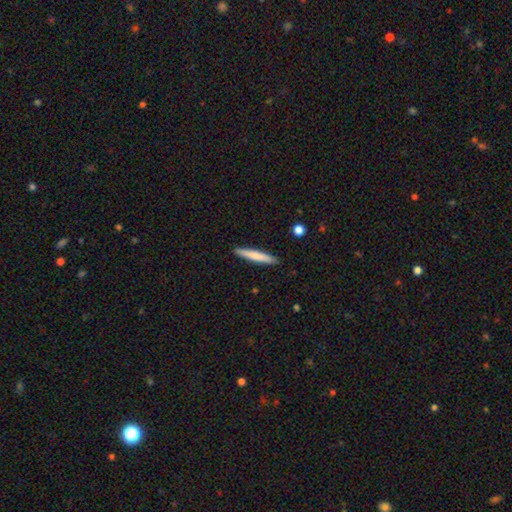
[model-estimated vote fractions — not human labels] This appears to be a smooth galaxy with no disk features (72%) that is cigar-shaped (94%). Merging: none (91%).